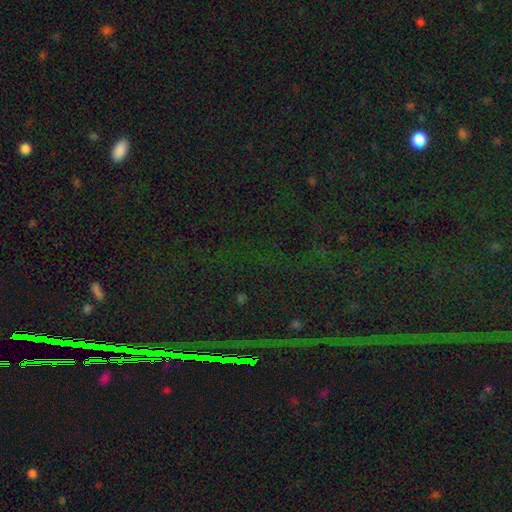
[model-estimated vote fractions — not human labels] smooth_or_featured: star or artifact (p=0.86) [alt: smooth p=0.08]